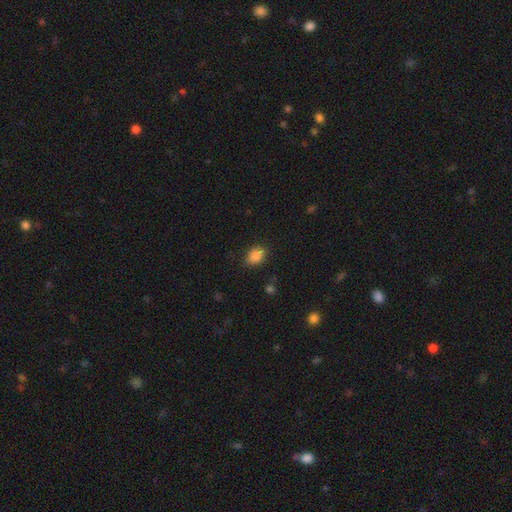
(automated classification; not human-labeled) Q: Smooth or featured?
A: smooth (85%); runner-up: star or artifact (9%)
Q: How rounded?
A: in between (79%); runner-up: round (19%)
Q: Merging?
A: none (81%); runner-up: minor disturbance (15%)